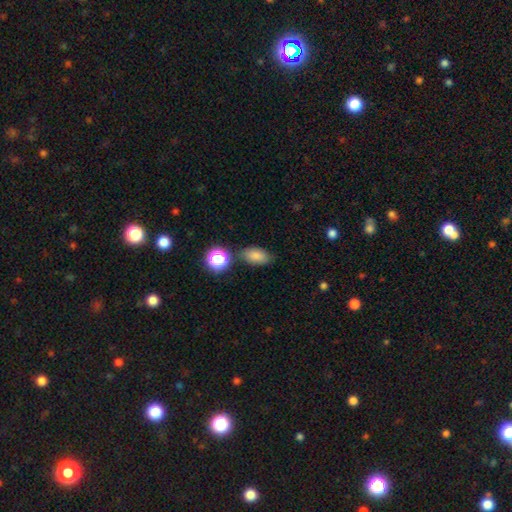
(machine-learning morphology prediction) smooth-or-featured: smooth: 81% | star or artifact: 12% | featured or disk: 7%
  how-rounded: in between: 87% | round: 11% | cigar-shaped: 2%
  merging: none: 74% | minor disturbance: 15% | merger: 8% | major disturbance: 4%